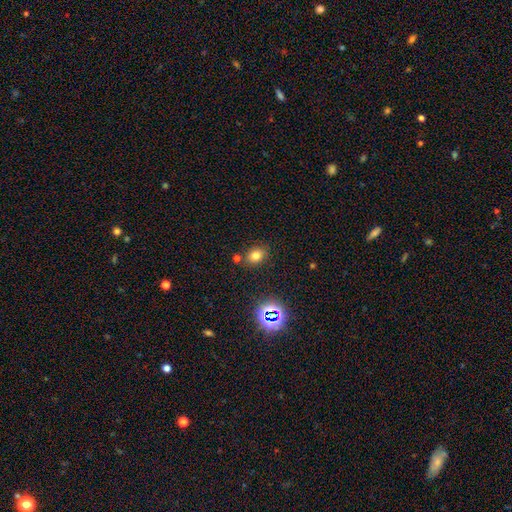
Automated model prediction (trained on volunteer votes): smooth_or_featured: smooth (p=0.73) [alt: star or artifact p=0.18]
how_rounded: in between (p=0.53) [alt: round p=0.46]
merging: none (p=0.78) [alt: minor disturbance p=0.11]